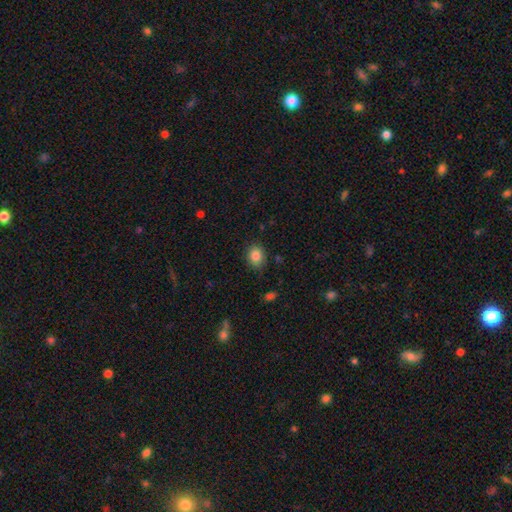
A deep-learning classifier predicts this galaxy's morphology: Smooth or featured?
  - smooth: 85% *
  - star or artifact: 9%
  - featured or disk: 6%
How rounded?
  - round: 54% *
  - in between: 45%
  - cigar-shaped: 1%
Merging?
  - none: 84% *
  - minor disturbance: 12%
  - major disturbance: 3%
  - merger: 1%